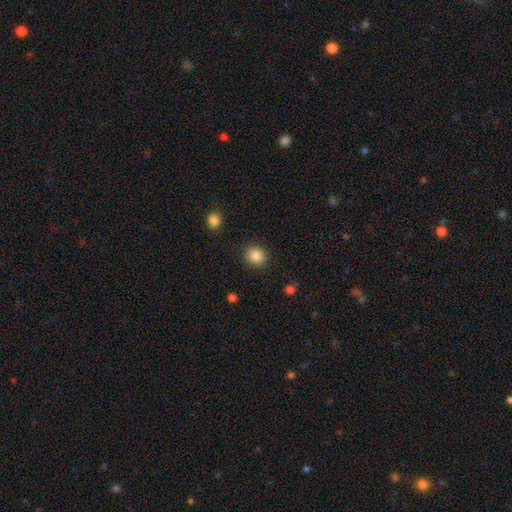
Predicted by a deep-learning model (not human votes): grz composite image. It shows a smooth galaxy with no disk features (86%) that is round (85%). Merging: none (90%).